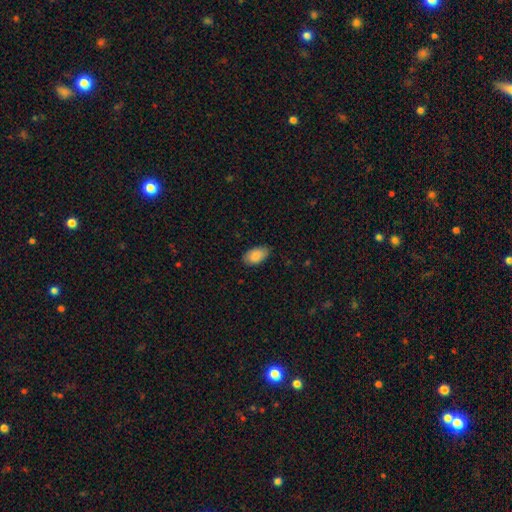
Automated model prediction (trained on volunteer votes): smooth_or_featured: smooth (p=0.88) [alt: star or artifact p=0.06]
how_rounded: in between (p=0.94) [alt: round p=0.05]
merging: none (p=0.83) [alt: minor disturbance p=0.14]